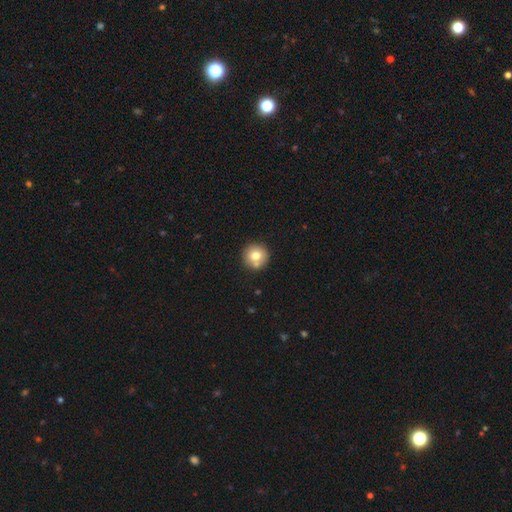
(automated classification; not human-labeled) This appears to be a smooth galaxy with no disk features (74%) that is round (94%). Merging: none (74%).